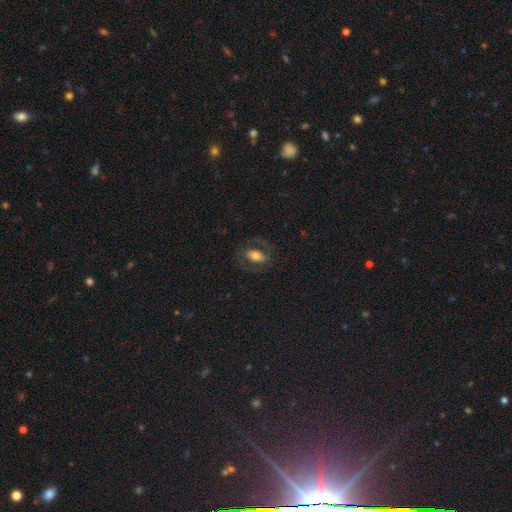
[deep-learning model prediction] Smooth or featured: featured or disk — 48% (smooth — 44%)
Merging: none — 69% (major disturbance — 15%)